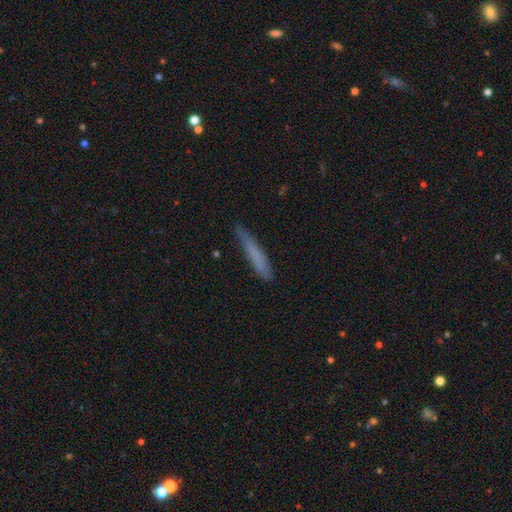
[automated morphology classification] Overall: smooth (70%). How rounded: cigar-shaped (93%). Merging: none (74%).